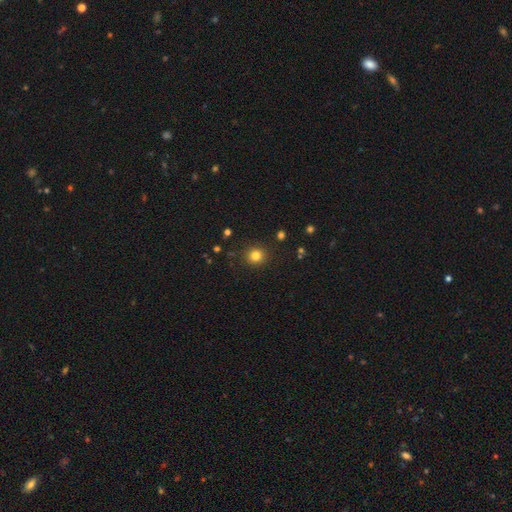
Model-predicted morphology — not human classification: The model was most divided on "smooth or featured": smooth: 81%, star or artifact: 13%, featured or disk: 6%. More confident: how rounded — round (91%); merging — none (91%).